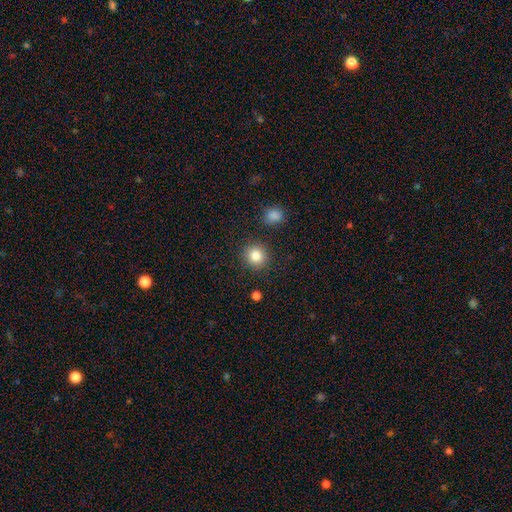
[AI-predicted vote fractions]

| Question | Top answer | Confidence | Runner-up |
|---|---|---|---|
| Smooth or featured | smooth | 84% | star or artifact (10%) |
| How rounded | round | 89% | in between (10%) |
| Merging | none | 88% | minor disturbance (7%) |